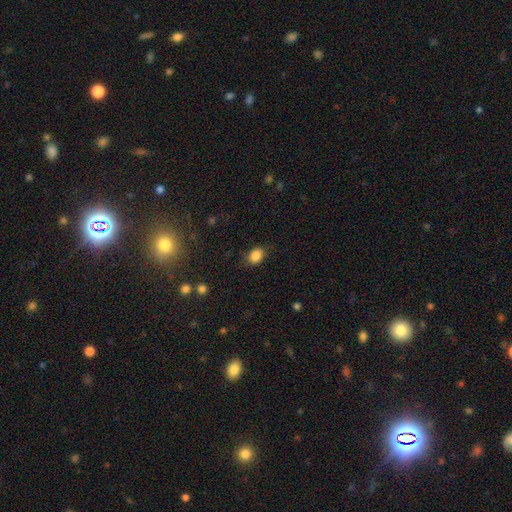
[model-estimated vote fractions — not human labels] A smooth galaxy with no disk features (86%) that is in between round and cigar-shaped (59%). Merging: none (78%).